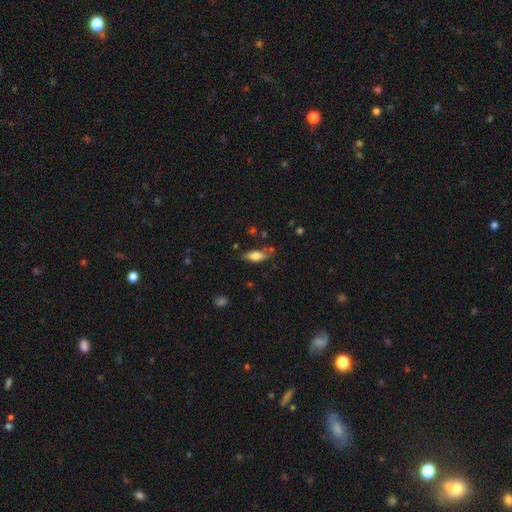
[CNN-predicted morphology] Smooth or featured? smooth (70%)
How rounded? in between (70%)
Merging? none (65%)